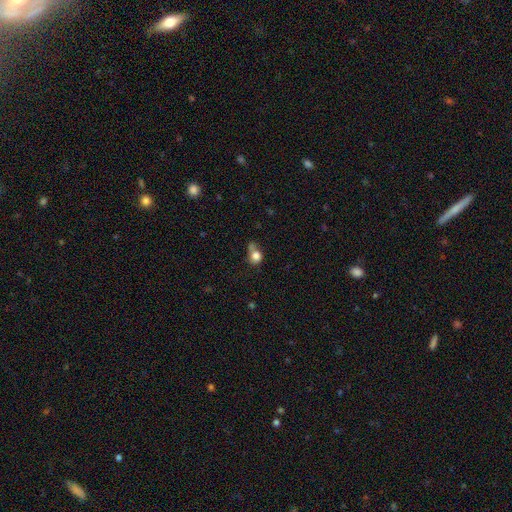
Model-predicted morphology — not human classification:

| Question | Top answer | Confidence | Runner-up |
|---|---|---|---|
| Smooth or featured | smooth | 80% | star or artifact (10%) |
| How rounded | round | 71% | in between (27%) |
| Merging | none | 42% | minor disturbance (24%) |